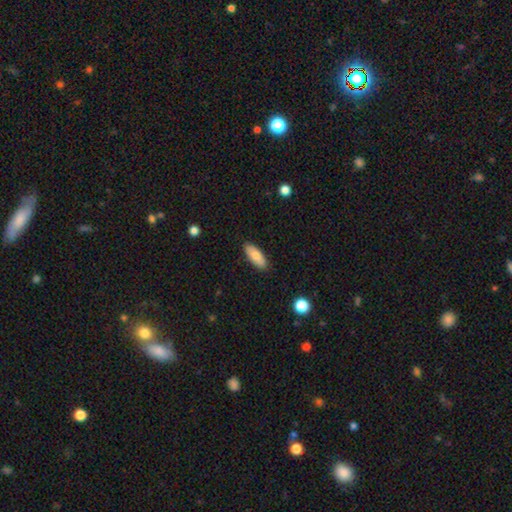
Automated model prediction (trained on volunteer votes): smooth_or_featured: smooth (p=0.83) [alt: featured or disk p=0.11]
how_rounded: in between (p=0.74) [alt: cigar-shaped p=0.24]
merging: none (p=0.87) [alt: minor disturbance p=0.10]